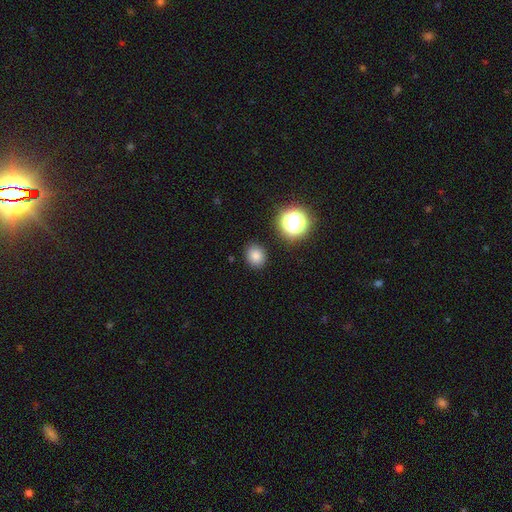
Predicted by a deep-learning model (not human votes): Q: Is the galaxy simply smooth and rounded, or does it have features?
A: smooth — 80%.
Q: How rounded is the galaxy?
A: round — 66%.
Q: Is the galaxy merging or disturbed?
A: none — 88%.